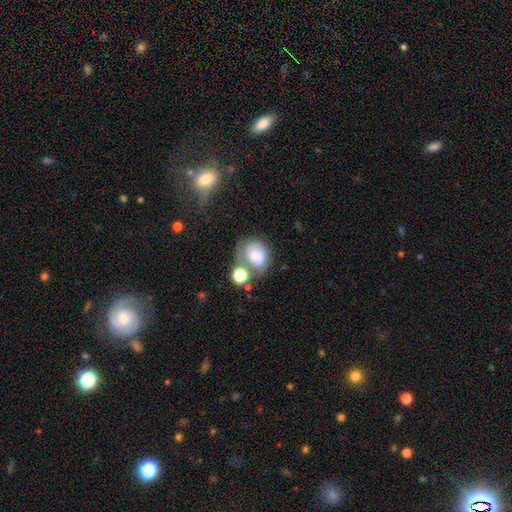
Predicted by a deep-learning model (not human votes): smooth-or-featured: smooth: 55% | featured or disk: 34% | star or artifact: 11%
  how-rounded: round: 60% | in between: 39% | cigar-shaped: 1%
  merging: none: 34% | merger: 31% | minor disturbance: 20% | major disturbance: 15%